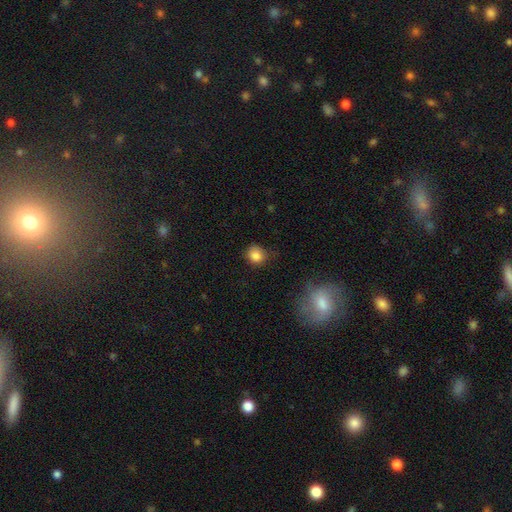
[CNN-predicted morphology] smooth 84%, star or artifact 11%, featured or disk 5%. Down the decision tree: how rounded — round (84%); merging — none (71%).